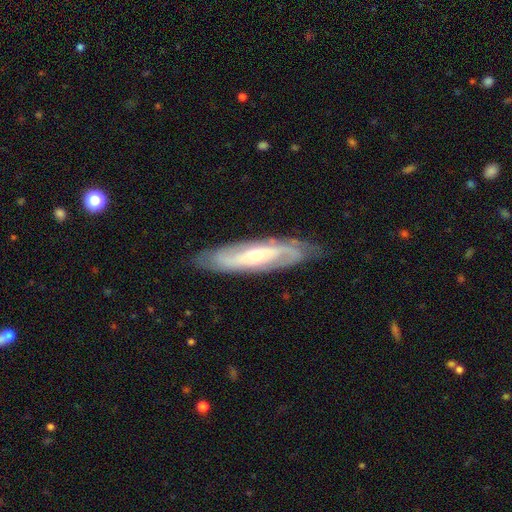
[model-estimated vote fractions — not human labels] A featured or disk galaxy (80%) with no bar (55%), 2 (55%) tight (50%) spiral arms (88%) and a moderate central bulge (50%). Merging: none (81%).